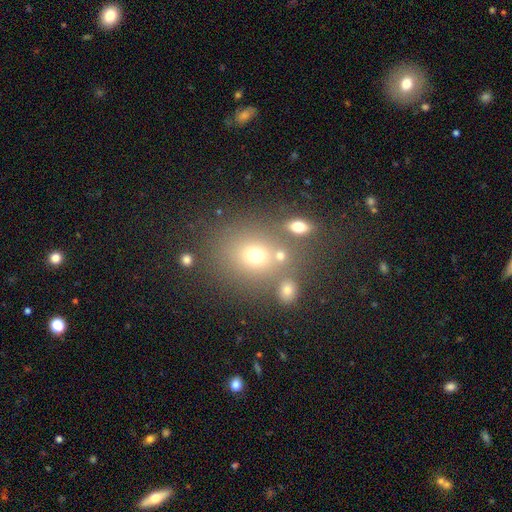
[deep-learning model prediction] smooth-or-featured: smooth: 65% | star or artifact: 21% | featured or disk: 14%
  how-rounded: round: 70% | in between: 29% | cigar-shaped: 1%
  merging: none: 62% | merger: 19% | minor disturbance: 12% | major disturbance: 6%